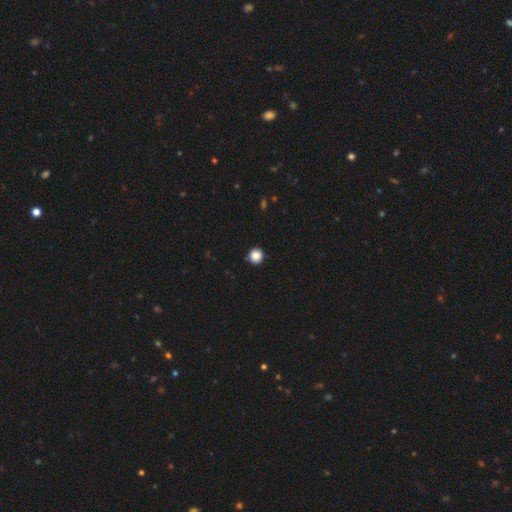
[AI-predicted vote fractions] A smooth galaxy with no disk features (87%) that is round (96%). Merging: none (93%).